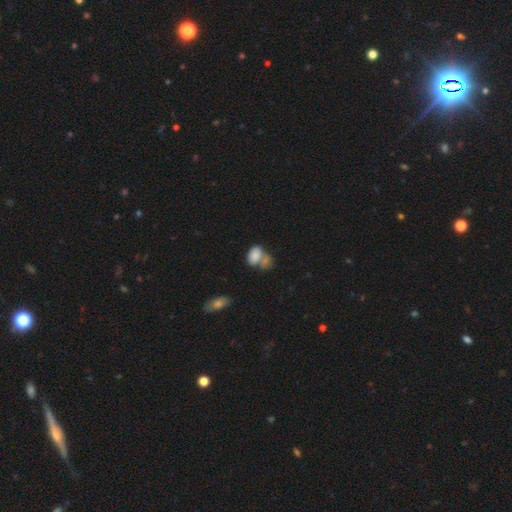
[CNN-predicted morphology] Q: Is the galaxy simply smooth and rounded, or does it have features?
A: smooth — 81%.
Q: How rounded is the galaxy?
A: in between — 79%.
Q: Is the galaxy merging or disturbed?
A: merger — 53%.